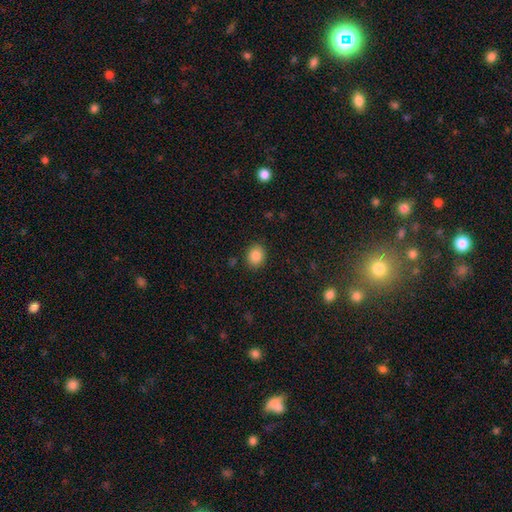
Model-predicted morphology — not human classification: This is clearly a smooth galaxy (86%). How rounded: likely round (61%). Merging: clearly none (87%).